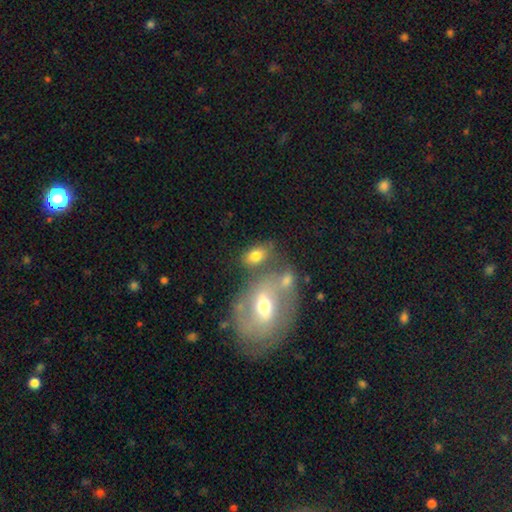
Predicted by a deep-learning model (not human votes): Q: Smooth or featured?
A: smooth (70%); runner-up: featured or disk (20%)
Q: How rounded?
A: in between (82%); runner-up: round (16%)
Q: Merging?
A: none (54%); runner-up: merger (24%)